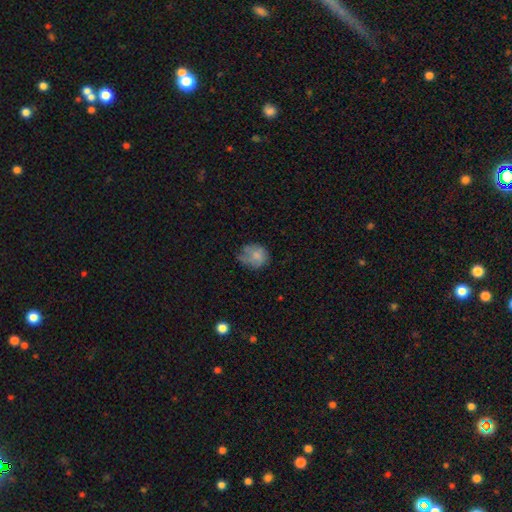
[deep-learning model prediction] smooth_or_featured: smooth (p=0.71) [alt: featured or disk p=0.20]
how_rounded: round (p=0.68) [alt: in between p=0.31]
merging: none (p=0.48) [alt: minor disturbance p=0.33]